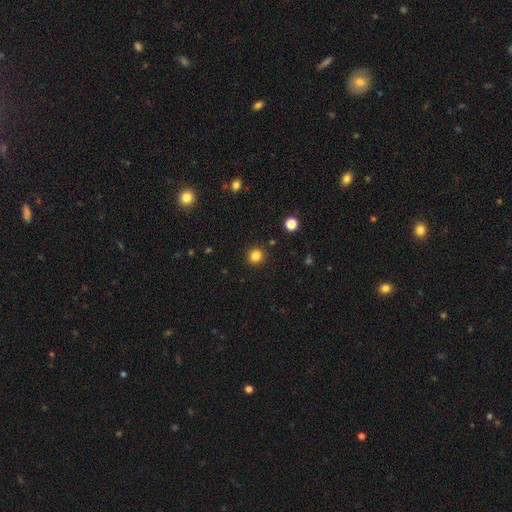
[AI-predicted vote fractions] Overall: smooth (84%). How rounded: round (92%). Merging: none (92%).